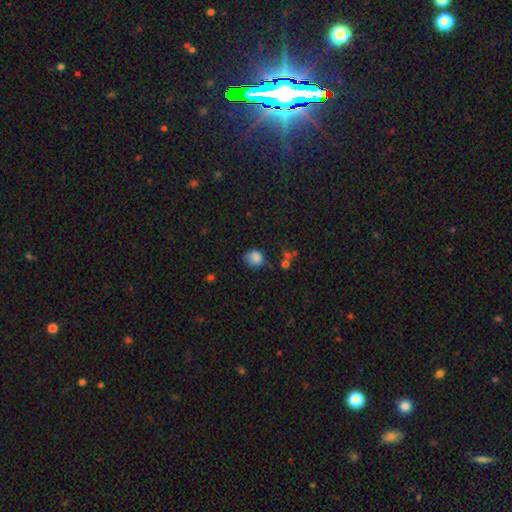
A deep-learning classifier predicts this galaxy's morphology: Q: Smooth or featured?
A: smooth (82%); runner-up: star or artifact (11%)
Q: How rounded?
A: round (68%); runner-up: in between (31%)
Q: Merging?
A: none (54%); runner-up: minor disturbance (31%)